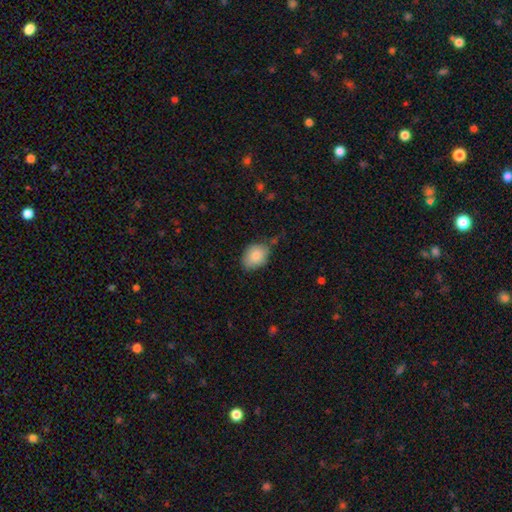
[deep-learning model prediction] Smooth or featured? smooth (86%)
How rounded? in between (67%)
Merging? none (67%)